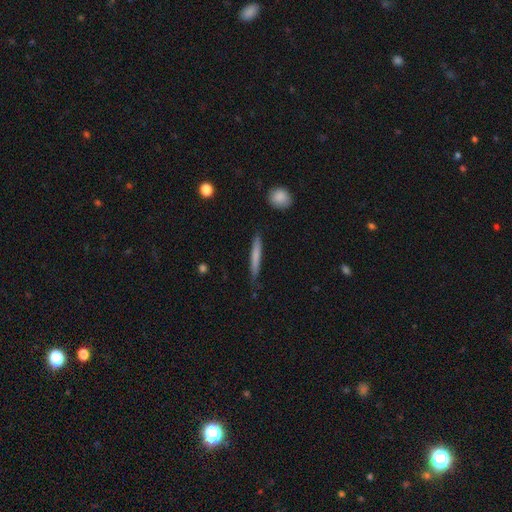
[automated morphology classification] The model was most divided on "smooth or featured": smooth: 70%, featured or disk: 25%, star or artifact: 6%. More confident: how rounded — cigar-shaped (95%); merging — none (79%).